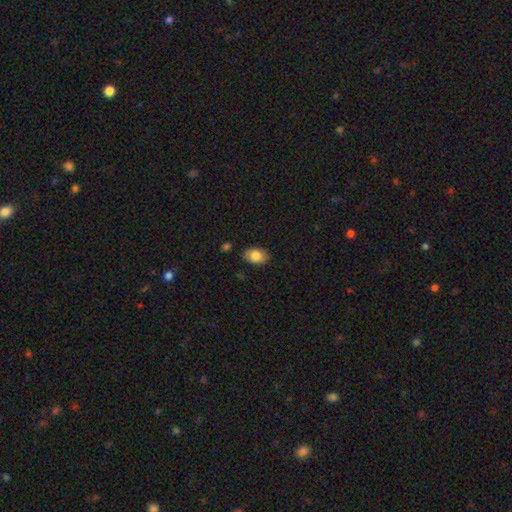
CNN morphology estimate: smooth-or-featured: smooth: 82% | featured or disk: 10% | star or artifact: 7%
  how-rounded: in between: 87% | round: 12% | cigar-shaped: 1%
  merging: none: 86% | minor disturbance: 11% | major disturbance: 2% | merger: 2%